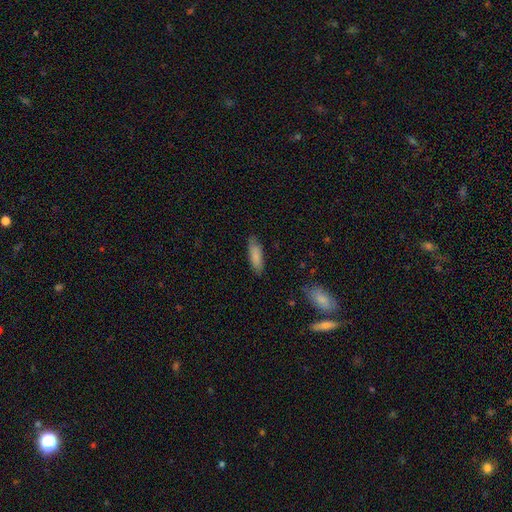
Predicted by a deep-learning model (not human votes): A smooth galaxy with no disk features (84%) that is in between round and cigar-shaped (56%).

Vote fractions:
- Smooth or featured? smooth: 84% / featured or disk: 10% / star or artifact: 6%
- How rounded? in between: 56% / cigar-shaped: 43% / round: 2%
- Merging? none: 80% / minor disturbance: 16% / major disturbance: 3% / merger: 1%